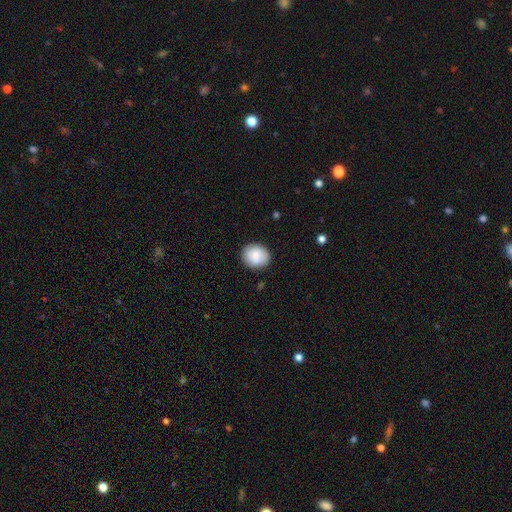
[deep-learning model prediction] Smooth or featured?
  - smooth: 87% *
  - star or artifact: 7%
  - featured or disk: 7%
How rounded?
  - round: 68% *
  - in between: 31%
  - cigar-shaped: 1%
Merging?
  - none: 86% *
  - minor disturbance: 10%
  - major disturbance: 2%
  - merger: 1%